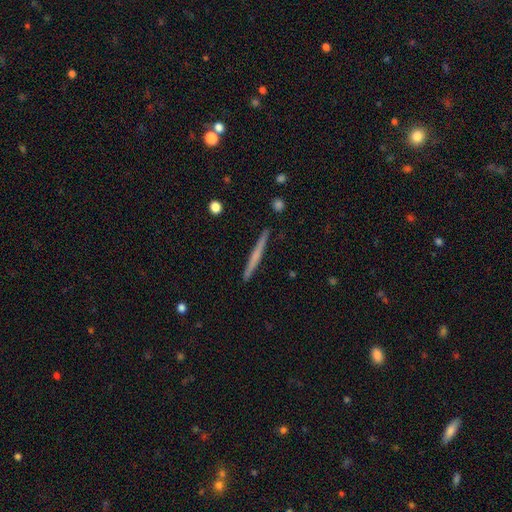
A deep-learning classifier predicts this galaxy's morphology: Smooth or featured: featured or disk — 51% (smooth — 43%)
Edge-on disk: yes — 98% (no — 2%)
Edge-on bulge: none — 70% (rounded — 23%)
Merging: none — 92% (minor disturbance — 6%)